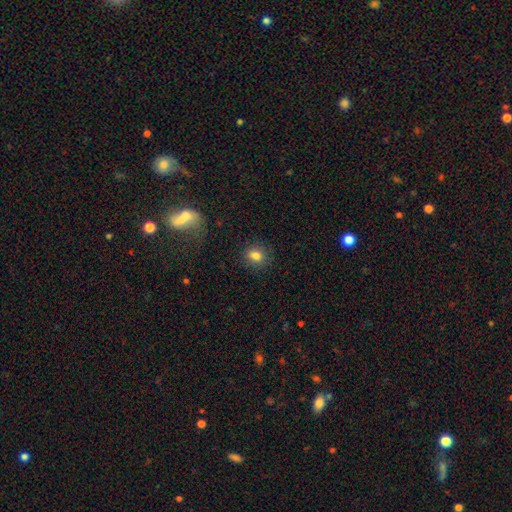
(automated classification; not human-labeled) Smooth or featured?
  - smooth: 80% *
  - star or artifact: 12%
  - featured or disk: 8%
How rounded?
  - round: 58% *
  - in between: 41%
  - cigar-shaped: 1%
Merging?
  - none: 83% *
  - minor disturbance: 11%
  - major disturbance: 4%
  - merger: 2%